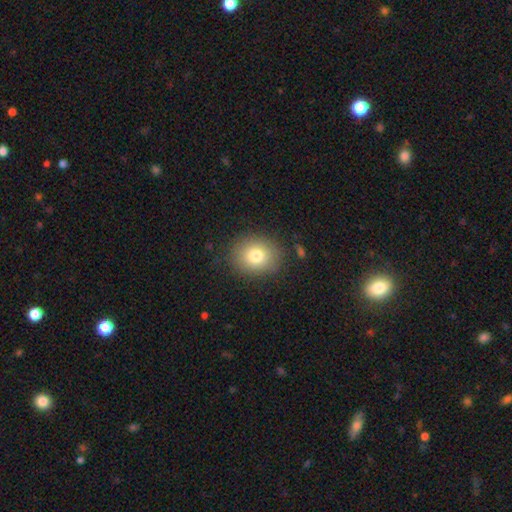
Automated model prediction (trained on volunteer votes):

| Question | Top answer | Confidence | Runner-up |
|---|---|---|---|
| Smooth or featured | smooth | 78% | star or artifact (11%) |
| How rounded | round | 64% | in between (36%) |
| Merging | none | 86% | minor disturbance (10%) |